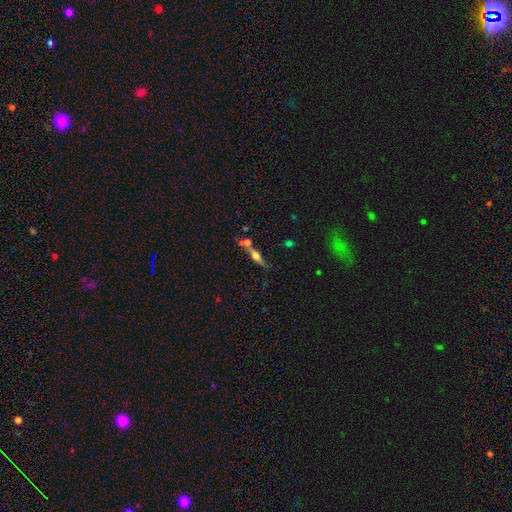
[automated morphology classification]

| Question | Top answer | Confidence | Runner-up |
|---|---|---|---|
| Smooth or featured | featured or disk | 54% | smooth (37%) |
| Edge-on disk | yes | 89% | no (11%) |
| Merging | none | 58% | merger (25%) |